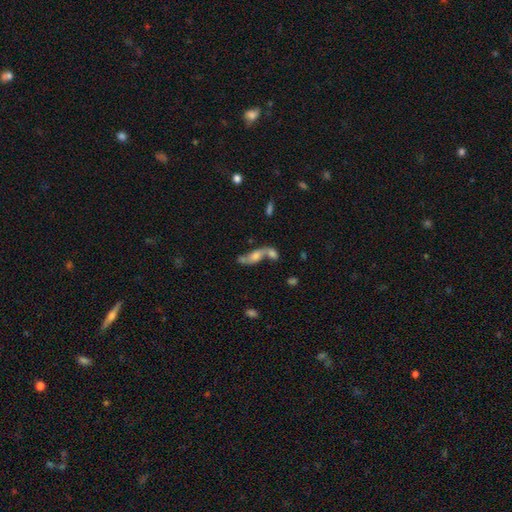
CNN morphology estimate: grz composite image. It shows a featured or disk galaxy (52%). Merging: merger (49%).